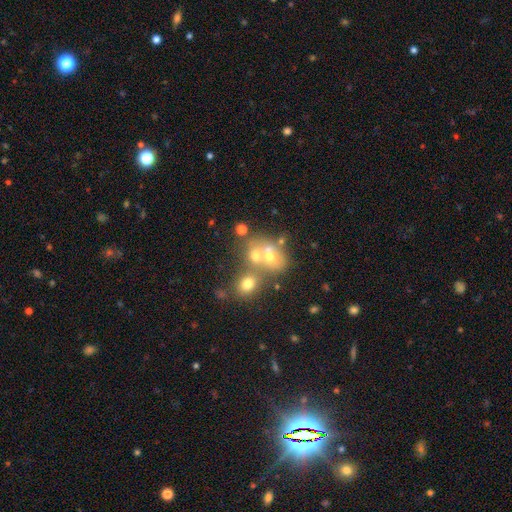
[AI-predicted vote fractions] Q: Smooth or featured?
A: smooth (57%); runner-up: featured or disk (27%)
Q: How rounded?
A: round (59%); runner-up: in between (40%)
Q: Merging?
A: merger (54%); runner-up: none (31%)